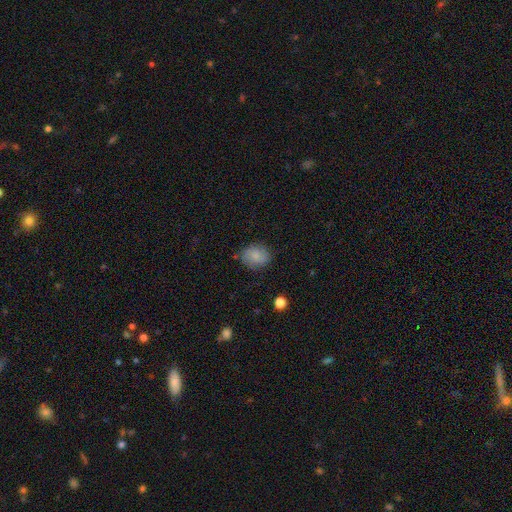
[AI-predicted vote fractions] Smooth or featured? smooth (79%)
How rounded? round (57%)
Merging? none (78%)